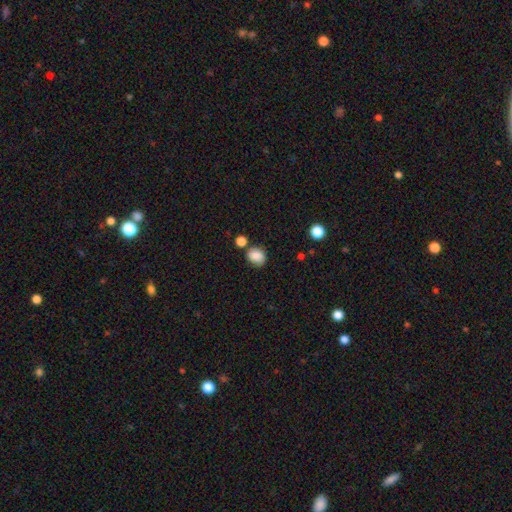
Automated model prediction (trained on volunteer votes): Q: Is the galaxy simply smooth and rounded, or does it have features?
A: smooth — 84%.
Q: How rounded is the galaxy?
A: round — 61%.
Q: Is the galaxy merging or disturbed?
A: none — 64%.